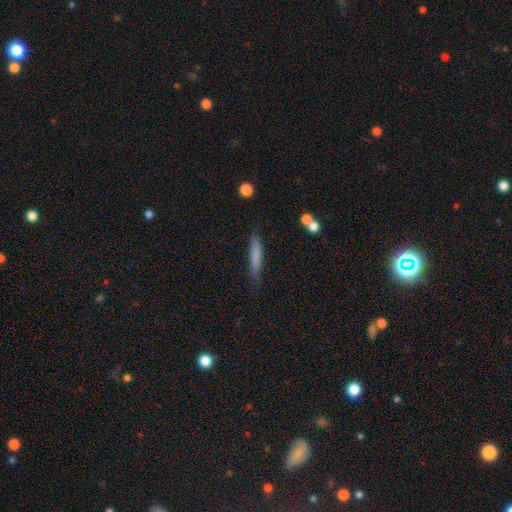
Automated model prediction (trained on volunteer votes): This is likely a smooth galaxy (73%). How rounded: clearly cigar-shaped (90%). Merging: likely none (78%).